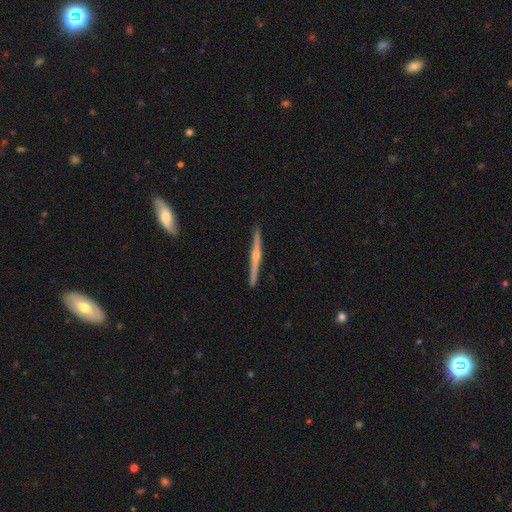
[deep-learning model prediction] A featured or disk galaxy (81%) viewed edge-on (98%) with a rounded central bulge (90%).

Vote fractions:
- Smooth or featured? featured or disk: 81% / smooth: 14% / star or artifact: 5%
- Edge-on disk? yes: 98% / no: 2%
- Edge-on bulge? rounded: 90% / none: 6% / boxy: 4%
- Merging? none: 92% / minor disturbance: 6% / merger: 1% / major disturbance: 1%